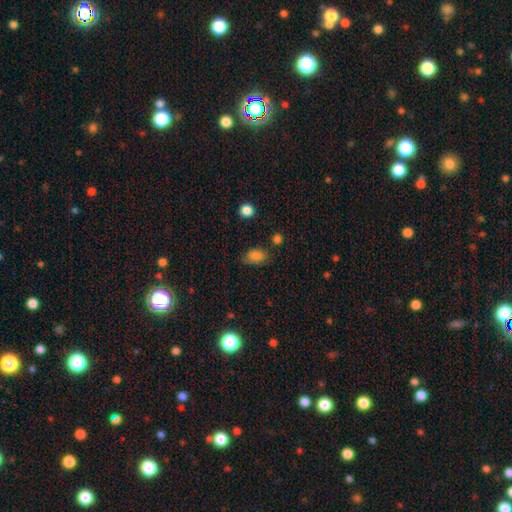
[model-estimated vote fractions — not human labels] Smooth or featured: smooth — 82% (star or artifact — 11%)
How rounded: in between — 84% (round — 14%)
Merging: none — 60% (minor disturbance — 29%)